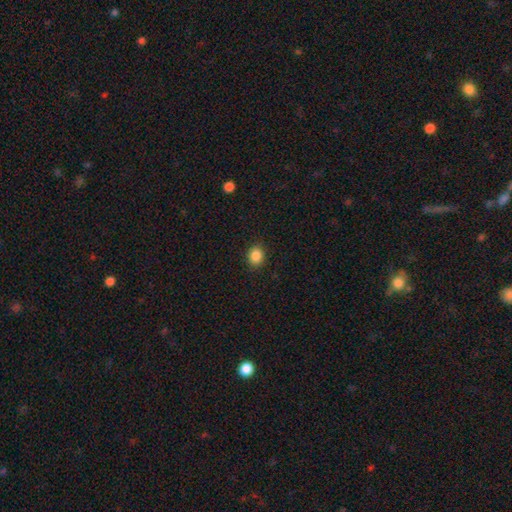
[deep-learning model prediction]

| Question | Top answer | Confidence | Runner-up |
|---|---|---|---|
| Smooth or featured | smooth | 86% | star or artifact (10%) |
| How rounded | round | 72% | in between (28%) |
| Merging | none | 89% | minor disturbance (8%) |